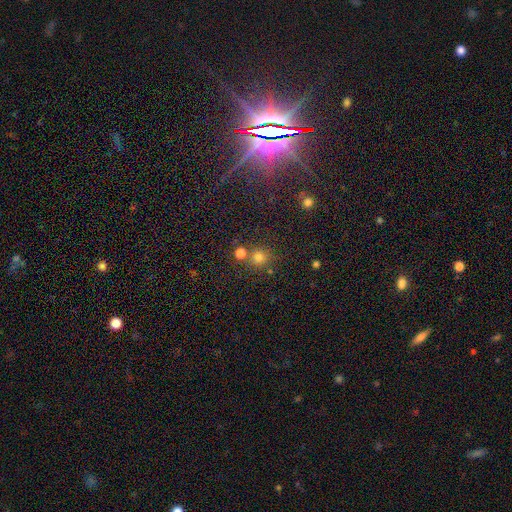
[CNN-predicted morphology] smooth 55%, star or artifact 35%, featured or disk 9%. Down the decision tree: how rounded — round (91%); merging — none (74%).